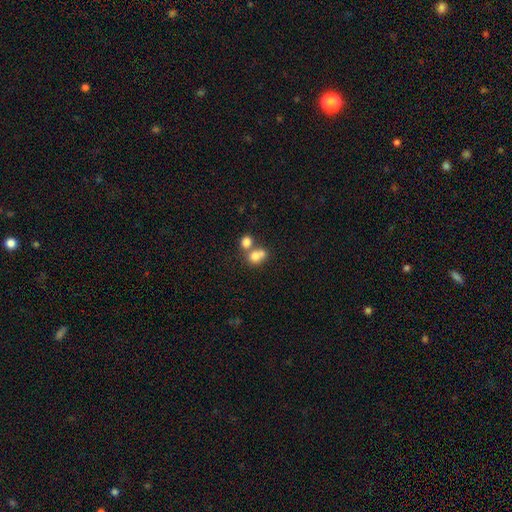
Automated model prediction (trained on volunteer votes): A smooth galaxy with no disk features (75%) that is round (58%). Merging: merger (59%).